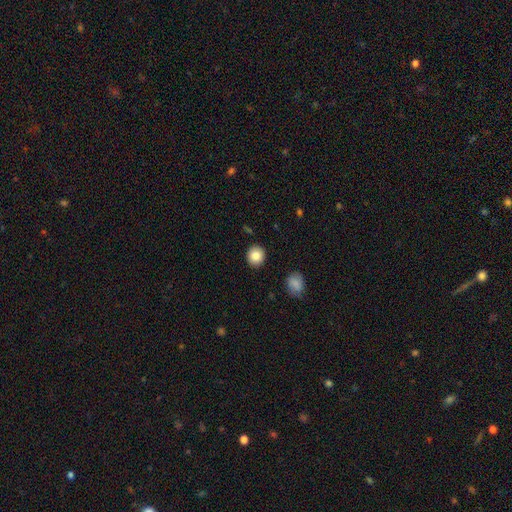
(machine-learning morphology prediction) The model was most divided on "how rounded": round: 84%, in between: 15%, cigar-shaped: 1%. More confident: merging — none (90%); smooth or featured — smooth (86%).